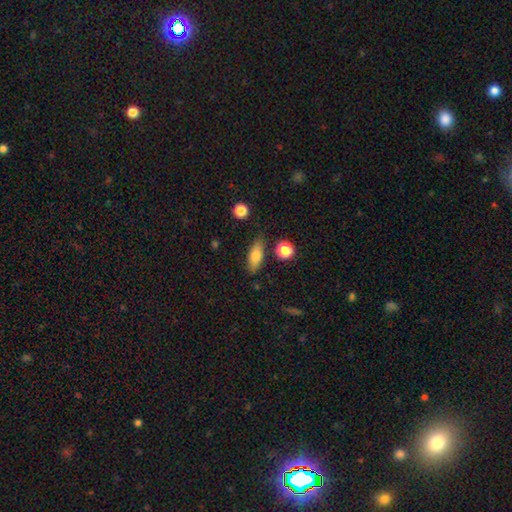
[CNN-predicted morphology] type=smooth (77%); roundness=in between (72%); merging=none (78%).